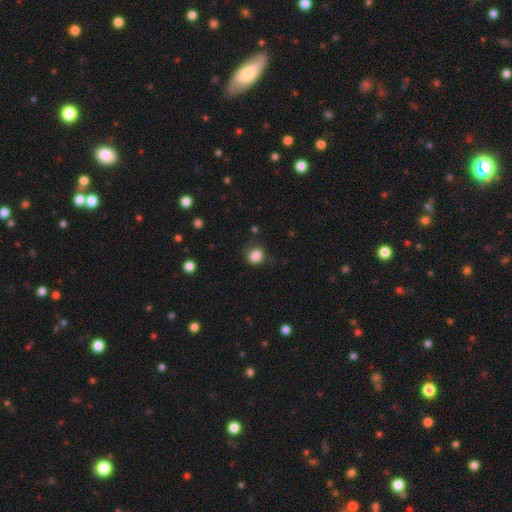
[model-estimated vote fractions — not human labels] Smooth or featured? smooth (86%)
How rounded? round (71%)
Merging? none (71%)